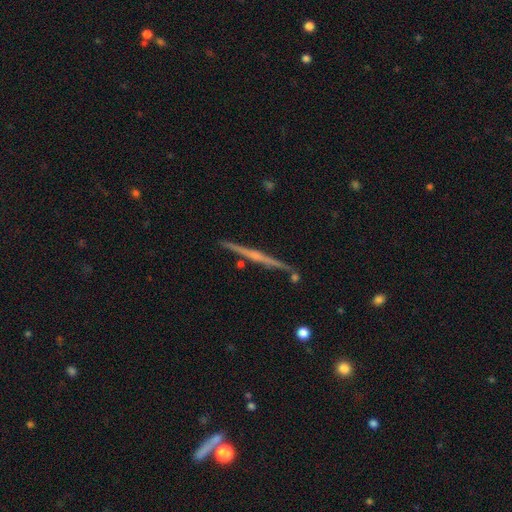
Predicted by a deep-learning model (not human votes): Smooth or featured: featured or disk — 77% (smooth — 17%)
Edge-on disk: yes — 98% (no — 2%)
Edge-on bulge: rounded — 51% (none — 40%)
Merging: none — 89% (minor disturbance — 7%)